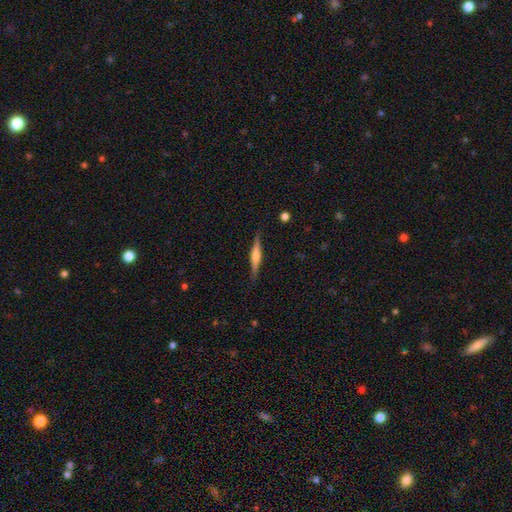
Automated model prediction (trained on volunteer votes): A featured or disk galaxy (69%) viewed edge-on (98%) with a rounded central bulge (69%). Merging: none (88%).